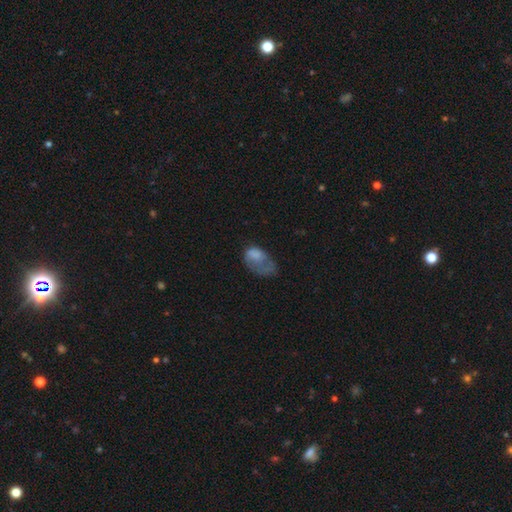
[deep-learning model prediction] Smooth or featured?
  - smooth: 64% *
  - featured or disk: 27%
  - star or artifact: 9%
How rounded?
  - in between: 87% *
  - round: 11%
  - cigar-shaped: 1%
Merging?
  - major disturbance: 49% *
  - minor disturbance: 26%
  - none: 20%
  - merger: 4%